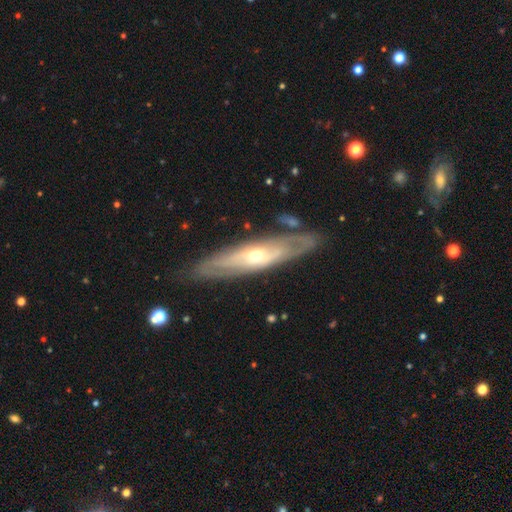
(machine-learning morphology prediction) Smooth or featured?
  - featured or disk: 72% *
  - smooth: 22%
  - star or artifact: 5%
Edge-on disk?
  - no: 61% *
  - yes: 39%
Merging?
  - none: 79% *
  - minor disturbance: 13%
  - major disturbance: 4%
  - merger: 3%